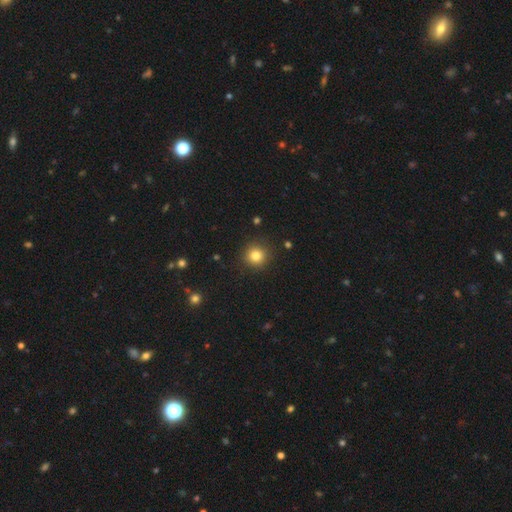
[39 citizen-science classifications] Smooth or featured? 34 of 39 (87%) said smooth. How rounded? 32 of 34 (94%) said round. Merging? 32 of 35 (91%) said none.